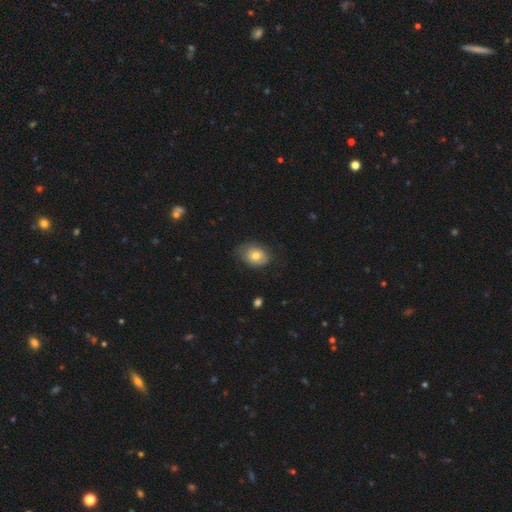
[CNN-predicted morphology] smooth_or_featured: smooth (p=0.64) [alt: featured or disk p=0.28]
how_rounded: in between (p=0.67) [alt: round p=0.32]
merging: none (p=0.61) [alt: minor disturbance p=0.28]